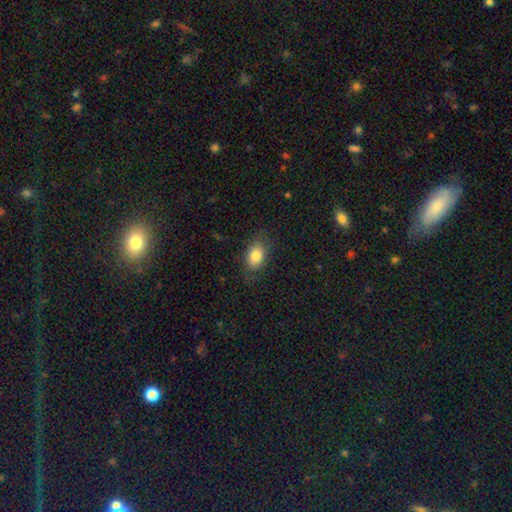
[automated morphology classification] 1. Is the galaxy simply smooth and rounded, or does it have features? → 81% smooth, 11% featured or disk, 8% star or artifact.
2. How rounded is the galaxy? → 86% in between, 13% round, 2% cigar-shaped.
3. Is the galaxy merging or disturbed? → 77% none, 16% minor disturbance, 6% major disturbance, 1% merger.